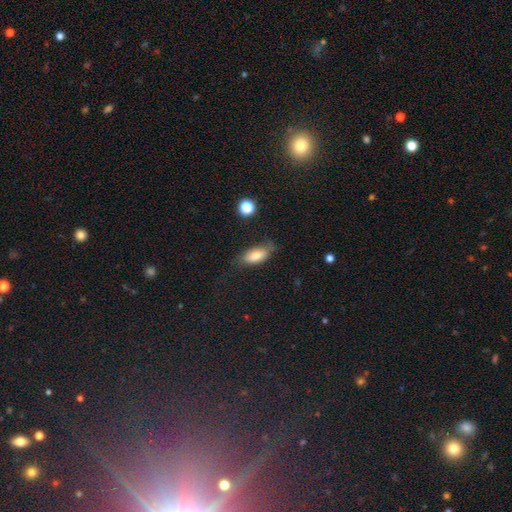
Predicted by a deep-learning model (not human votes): This appears to be a smooth galaxy with no disk features (75%) that is in between round and cigar-shaped (83%). Merging: none (61%).